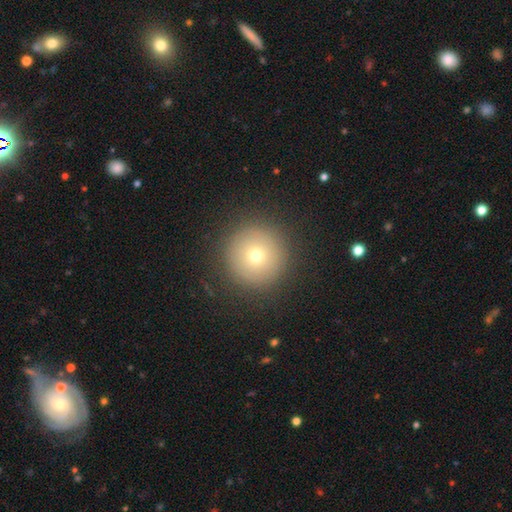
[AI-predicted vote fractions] Smooth or featured: smooth — 70% (featured or disk — 15%)
How rounded: round — 97% (in between — 3%)
Merging: none — 90% (minor disturbance — 6%)